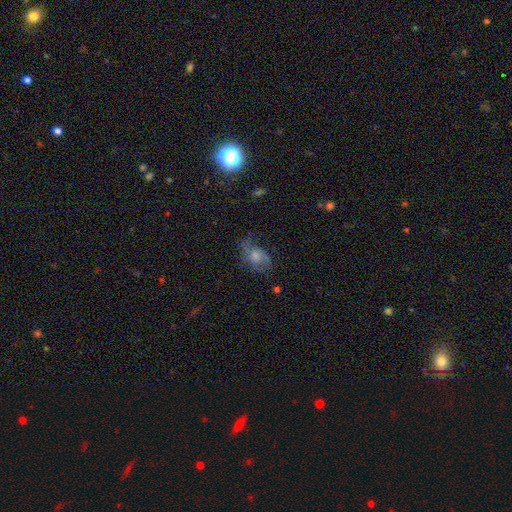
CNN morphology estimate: Smooth or featured: featured or disk — 53% (smooth — 29%)
Edge-on disk: no — 94% (yes — 6%)
Merging: none — 57% (minor disturbance — 23%)